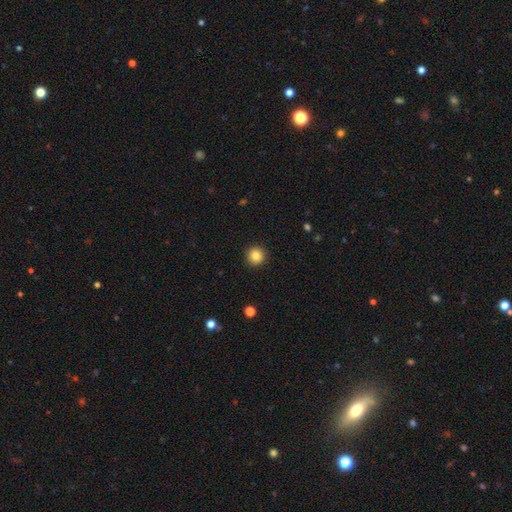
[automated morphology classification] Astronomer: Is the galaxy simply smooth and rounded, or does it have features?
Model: smooth — 84%.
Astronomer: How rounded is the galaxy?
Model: round — 94%.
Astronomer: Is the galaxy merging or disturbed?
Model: none — 92%.